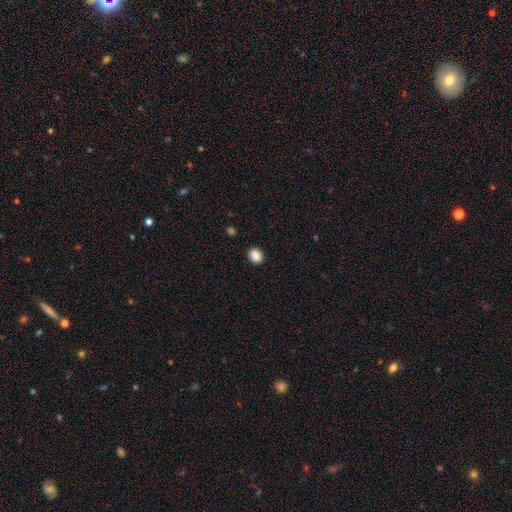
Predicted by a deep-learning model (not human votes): Smooth or featured? smooth (87%)
How rounded? in between (50%)
Merging? none (89%)